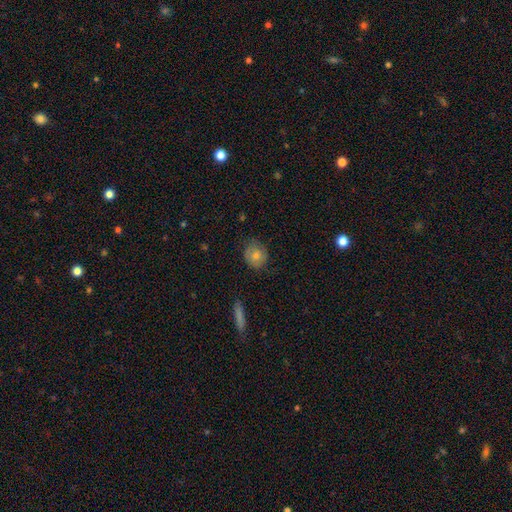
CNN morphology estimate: smooth_or_featured: smooth (p=0.75) [alt: featured or disk p=0.17]
how_rounded: round (p=0.79) [alt: in between p=0.20]
merging: none (p=0.73) [alt: minor disturbance p=0.21]